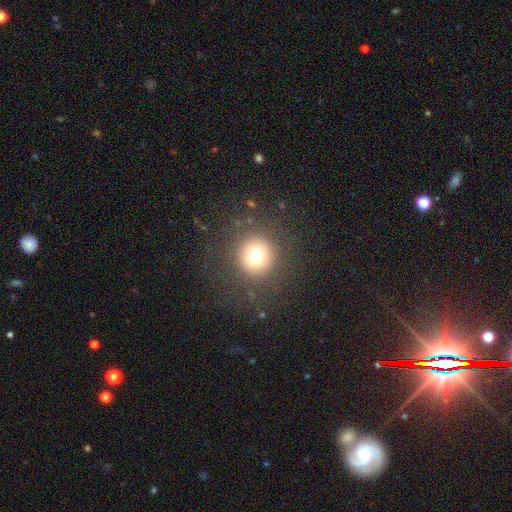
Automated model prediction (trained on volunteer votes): A smooth galaxy with no disk features (74%) that is round (94%).

Vote fractions:
- Smooth or featured? smooth: 74% / star or artifact: 16% / featured or disk: 10%
- How rounded? round: 94% / in between: 5% / cigar-shaped: 1%
- Merging? none: 88% / minor disturbance: 7% / major disturbance: 5% / merger: 1%